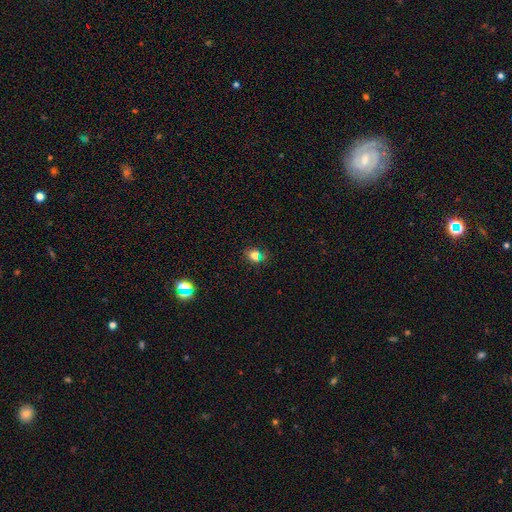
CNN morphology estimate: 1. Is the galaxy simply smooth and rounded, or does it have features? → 64% smooth, 28% star or artifact, 8% featured or disk.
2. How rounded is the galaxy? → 60% round, 38% in between, 2% cigar-shaped.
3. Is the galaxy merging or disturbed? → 79% none, 12% minor disturbance, 5% merger, 4% major disturbance.